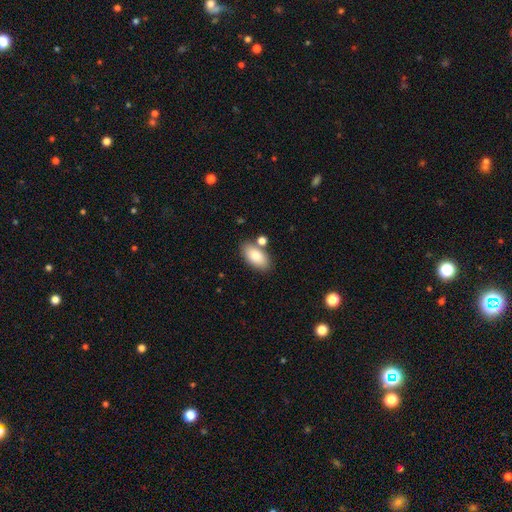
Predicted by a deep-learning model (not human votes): Overall: smooth (83%). How rounded: in between (93%). Merging: none (73%).